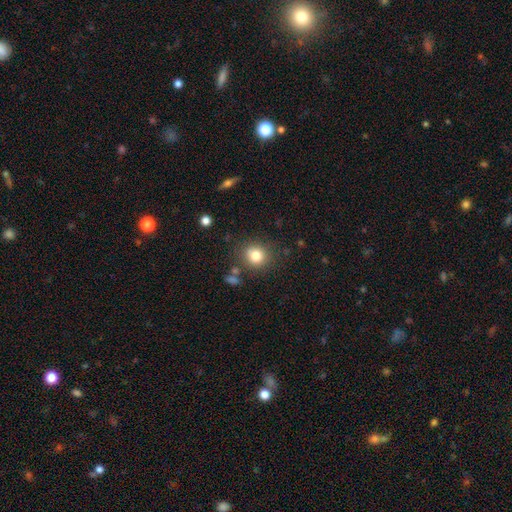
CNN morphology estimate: Smooth or featured? Predicted: smooth (p=0.81). How rounded? Predicted: round (p=0.84). Merging? Predicted: none (p=0.80).